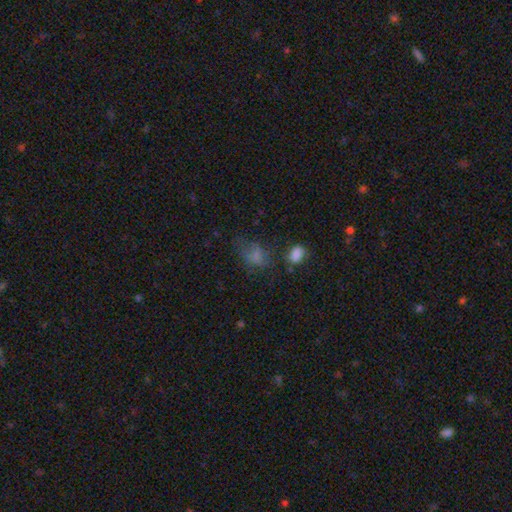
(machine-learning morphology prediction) This appears to be a smooth galaxy with no disk features (69%) that is in between round and cigar-shaped (72%). Merging: none (41%).